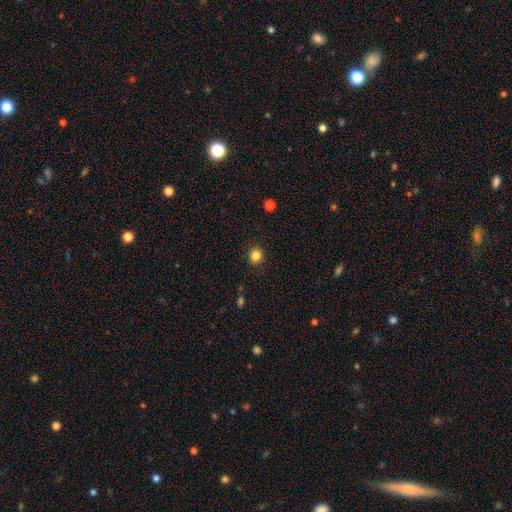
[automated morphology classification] smooth 84%, star or artifact 11%, featured or disk 4%. Down the decision tree: how rounded — round (77%); merging — none (90%).